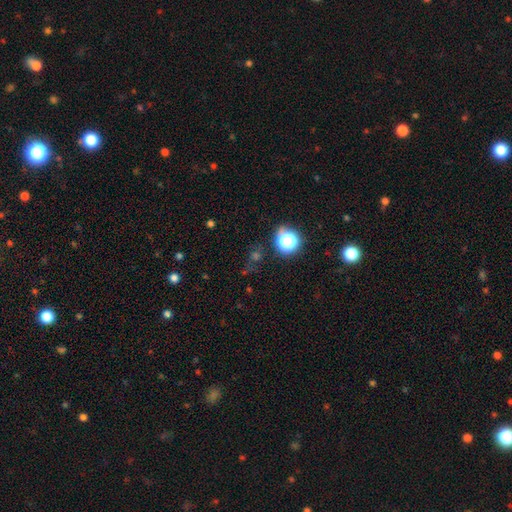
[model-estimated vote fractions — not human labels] This is possibly a star or artifact rather than a galaxy (58%).